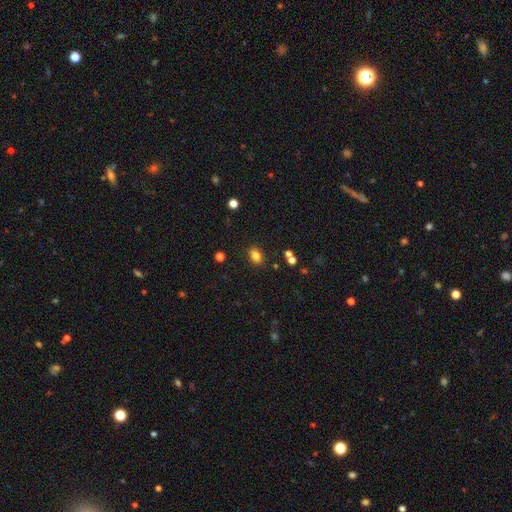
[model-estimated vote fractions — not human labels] Q: Smooth or featured?
A: smooth (82%); runner-up: star or artifact (12%)
Q: How rounded?
A: in between (79%); runner-up: round (19%)
Q: Merging?
A: none (85%); runner-up: minor disturbance (10%)